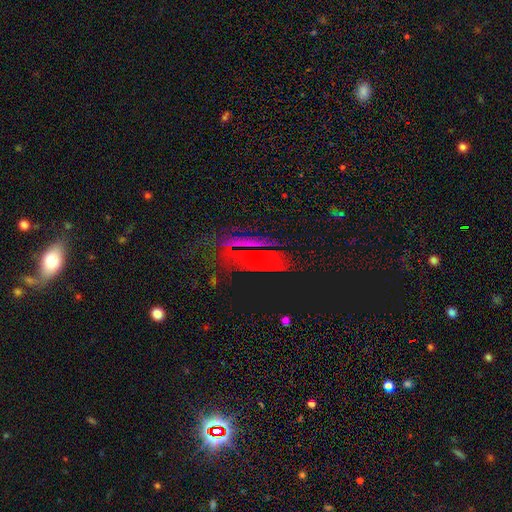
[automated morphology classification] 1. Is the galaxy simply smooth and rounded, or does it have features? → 38% featured or disk, 34% star or artifact, 28% smooth.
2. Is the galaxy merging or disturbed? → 65% none, 21% minor disturbance, 12% major disturbance, 3% merger.